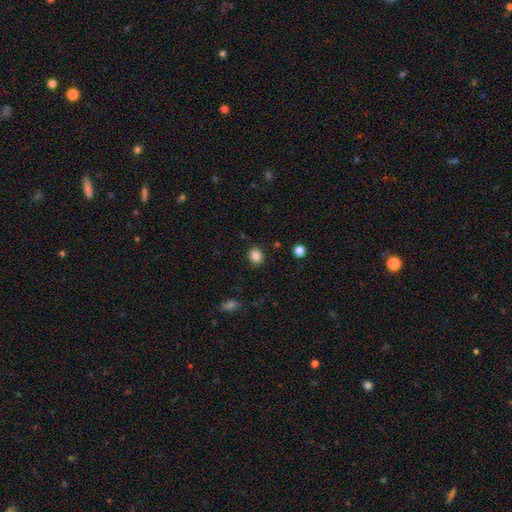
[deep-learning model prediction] The model was most divided on "how rounded": round: 62%, in between: 37%, cigar-shaped: 1%. More confident: merging — none (88%); smooth or featured — smooth (85%).